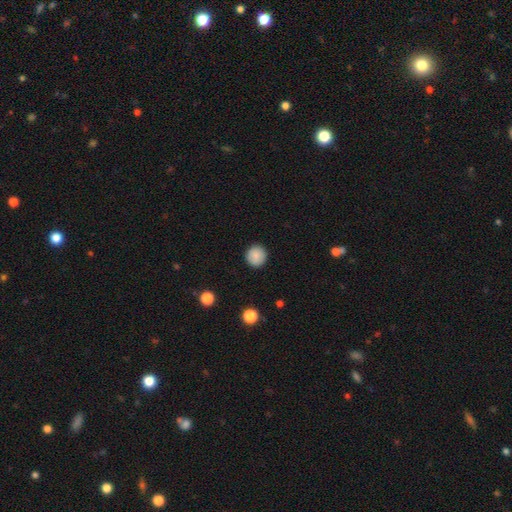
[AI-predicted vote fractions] smooth-or-featured: smooth: 86% | star or artifact: 8% | featured or disk: 6%
  how-rounded: round: 94% | in between: 5% | cigar-shaped: 1%
  merging: none: 91% | minor disturbance: 6% | major disturbance: 2% | merger: 1%